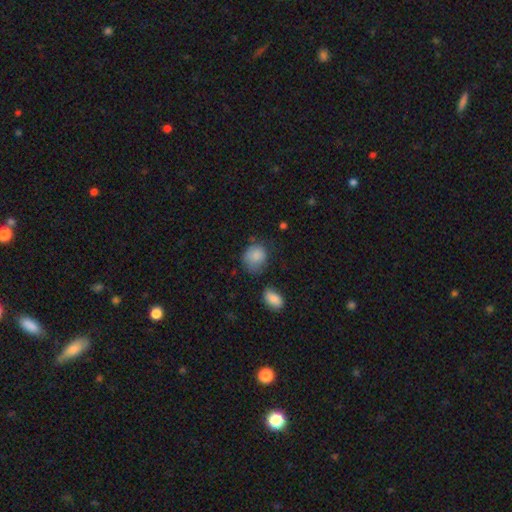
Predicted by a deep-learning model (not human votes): Smooth or featured?
  - smooth: 85% *
  - star or artifact: 8%
  - featured or disk: 6%
How rounded?
  - round: 63% *
  - in between: 36%
  - cigar-shaped: 1%
Merging?
  - none: 54% *
  - minor disturbance: 31%
  - major disturbance: 10%
  - merger: 5%